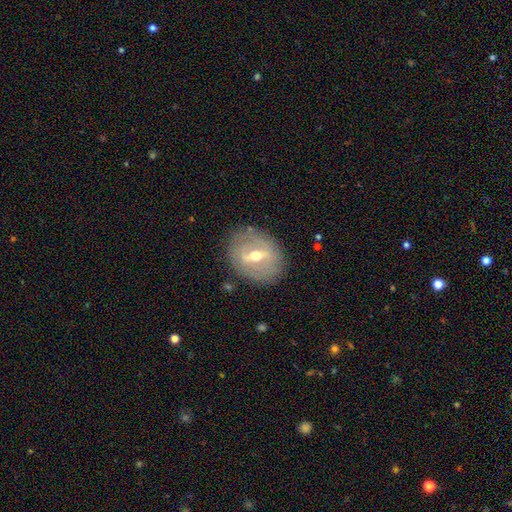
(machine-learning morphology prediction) Smooth or featured? Predicted: featured or disk (p=0.73). Edge-on disk? Predicted: no (p=0.89). Bar? Predicted: strong (p=0.53). Spiral arms? Predicted: no (p=0.55). Bulge size? Predicted: moderate (p=0.68). Merging? Predicted: none (p=0.81).